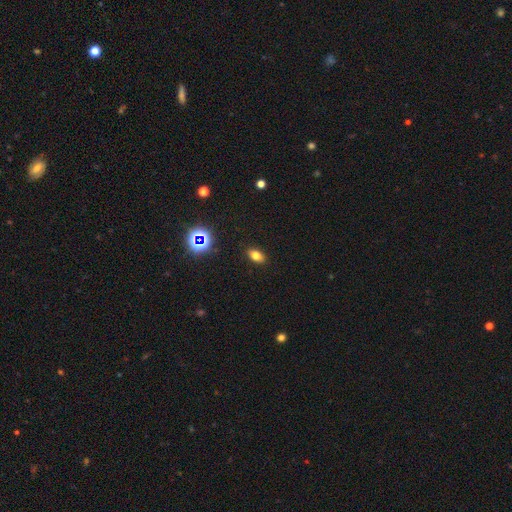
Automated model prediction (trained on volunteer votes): smooth-or-featured: smooth: 74% | star or artifact: 17% | featured or disk: 9%
  how-rounded: in between: 85% | round: 12% | cigar-shaped: 3%
  merging: none: 89% | minor disturbance: 8% | major disturbance: 2% | merger: 1%